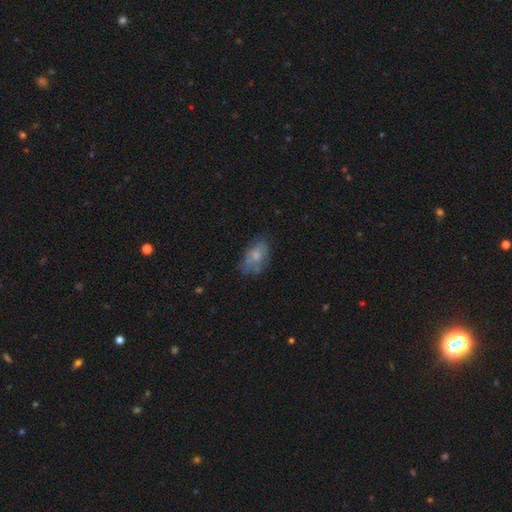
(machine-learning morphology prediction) Smooth or featured?
  - smooth: 62% *
  - featured or disk: 29%
  - star or artifact: 9%
How rounded?
  - in between: 87% *
  - round: 11%
  - cigar-shaped: 2%
Merging?
  - none: 54% *
  - minor disturbance: 29%
  - major disturbance: 13%
  - merger: 3%